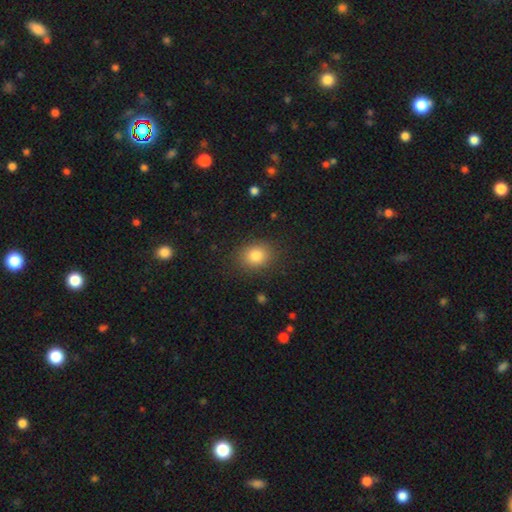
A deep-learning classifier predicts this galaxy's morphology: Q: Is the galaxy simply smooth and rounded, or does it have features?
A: smooth — 83%.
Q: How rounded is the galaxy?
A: round — 53%.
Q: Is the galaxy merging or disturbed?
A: none — 85%.